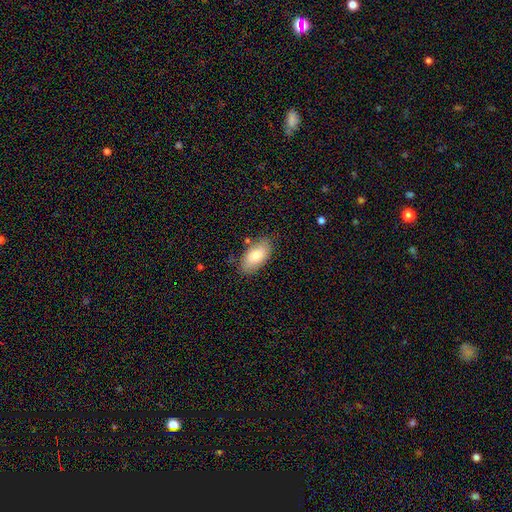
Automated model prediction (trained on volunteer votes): A smooth galaxy with no disk features (76%) that is in between round and cigar-shaped (94%).

Vote fractions:
- Smooth or featured? smooth: 76% / featured or disk: 17% / star or artifact: 6%
- How rounded? in between: 94% / cigar-shaped: 3% / round: 3%
- Merging? none: 79% / minor disturbance: 15% / major disturbance: 3% / merger: 3%